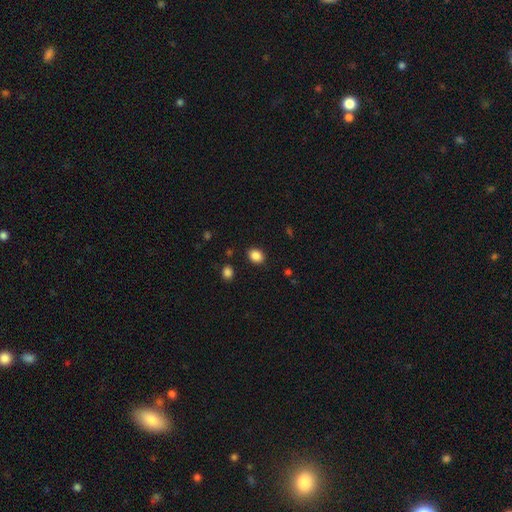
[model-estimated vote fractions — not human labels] Q: Smooth or featured?
A: smooth (87%); runner-up: star or artifact (9%)
Q: How rounded?
A: in between (57%); runner-up: round (42%)
Q: Merging?
A: none (87%); runner-up: minor disturbance (8%)